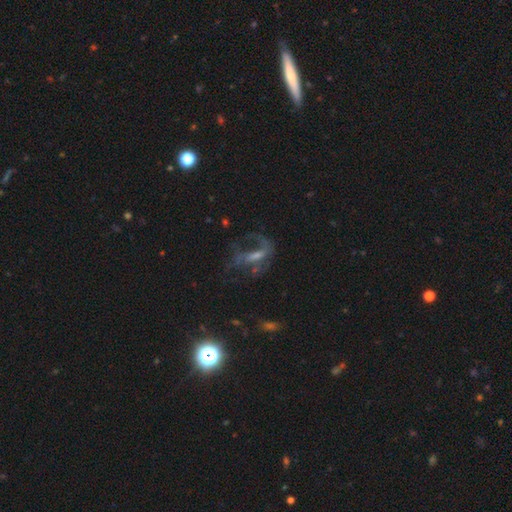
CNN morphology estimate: Smooth or featured? featured or disk (65%)
Edge-on disk? no (89%)
Bar? weak (38%)
Spiral arms? yes (68%)
Bulge size? small (42%)
Merging? none (41%)